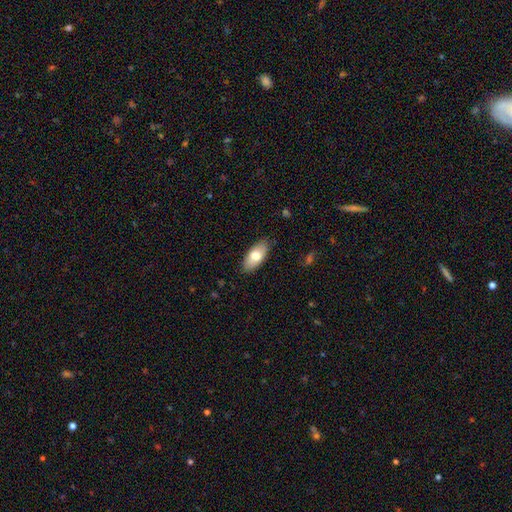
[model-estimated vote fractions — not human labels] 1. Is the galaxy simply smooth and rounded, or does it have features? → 74% smooth, 20% featured or disk, 6% star or artifact.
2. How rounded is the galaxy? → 88% in between, 9% cigar-shaped, 3% round.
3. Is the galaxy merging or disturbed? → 87% none, 10% minor disturbance, 2% major disturbance, 1% merger.